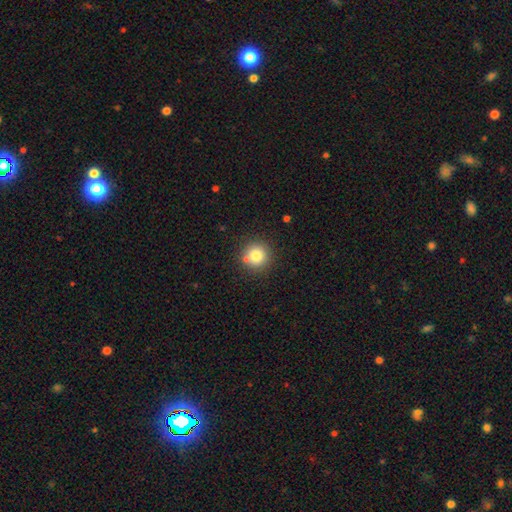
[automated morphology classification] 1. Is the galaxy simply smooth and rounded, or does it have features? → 80% smooth, 12% star or artifact, 9% featured or disk.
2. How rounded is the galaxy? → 94% round, 5% in between, 1% cigar-shaped.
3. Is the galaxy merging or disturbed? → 81% none, 9% minor disturbance, 8% merger, 3% major disturbance.